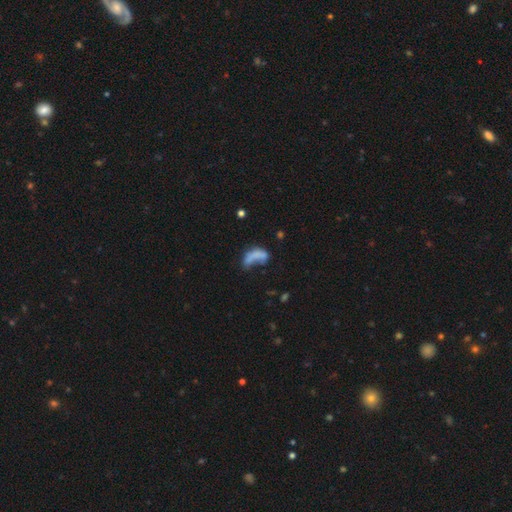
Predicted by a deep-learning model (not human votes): smooth-or-featured: smooth: 58% | featured or disk: 30% | star or artifact: 12%
  how-rounded: in between: 79% | cigar-shaped: 14% | round: 7%
  merging: major disturbance: 42% | none: 23% | merger: 19% | minor disturbance: 17%